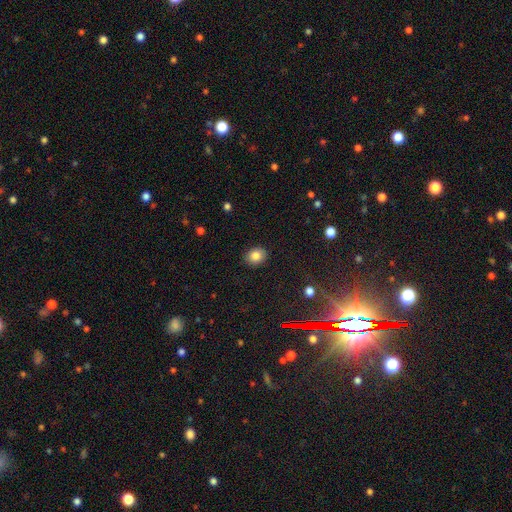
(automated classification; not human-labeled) Overall: smooth (82%). How rounded: round (55%; in between 44%). Merging: none (89%).